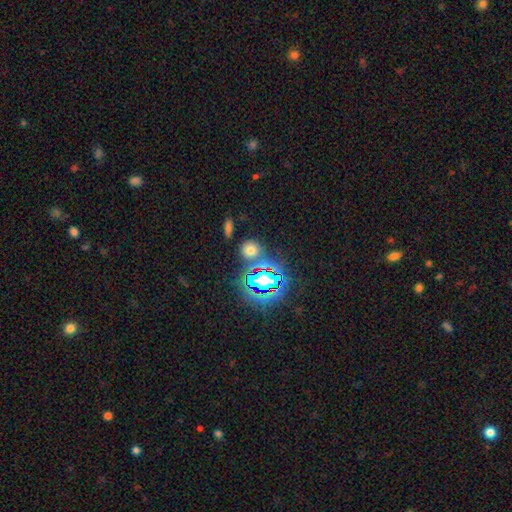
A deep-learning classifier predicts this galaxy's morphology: The model was most divided on "smooth or featured": star or artifact: 75%, smooth: 17%, featured or disk: 8%.